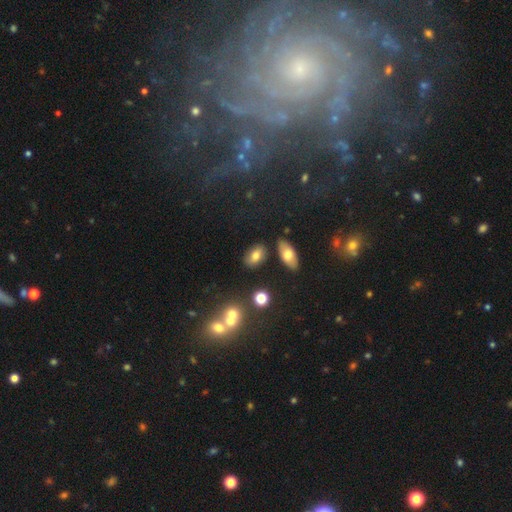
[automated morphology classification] This appears to be a smooth galaxy with no disk features (75%) that is in between round and cigar-shaped (85%). Merging: none (78%).